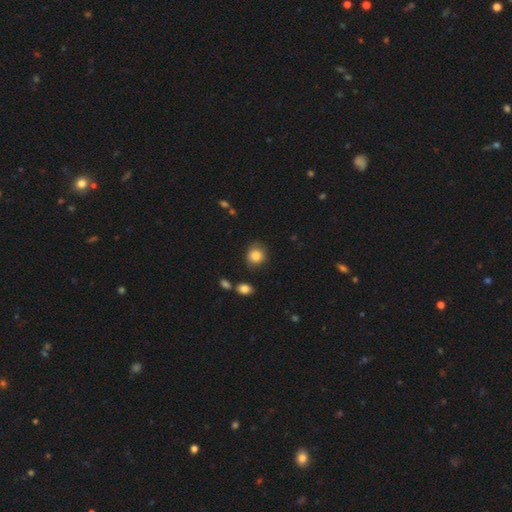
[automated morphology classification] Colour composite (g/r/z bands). It shows a smooth galaxy with no disk features (83%) that is round (80%). Merging: none (71%).